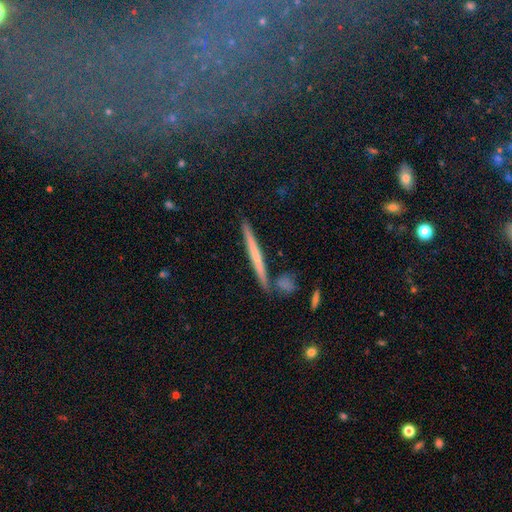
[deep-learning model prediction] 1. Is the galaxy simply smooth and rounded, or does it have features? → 48% featured or disk, 45% smooth, 8% star or artifact.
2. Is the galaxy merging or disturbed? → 85% none, 8% minor disturbance, 5% merger, 2% major disturbance.